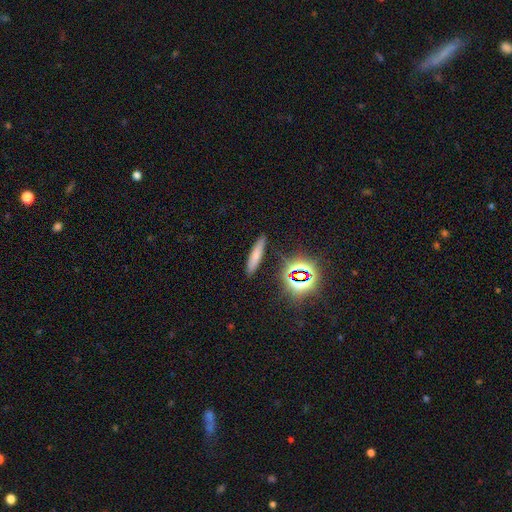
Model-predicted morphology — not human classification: This is likely a smooth galaxy (67%). How rounded: clearly cigar-shaped (85%). Merging: clearly none (87%).